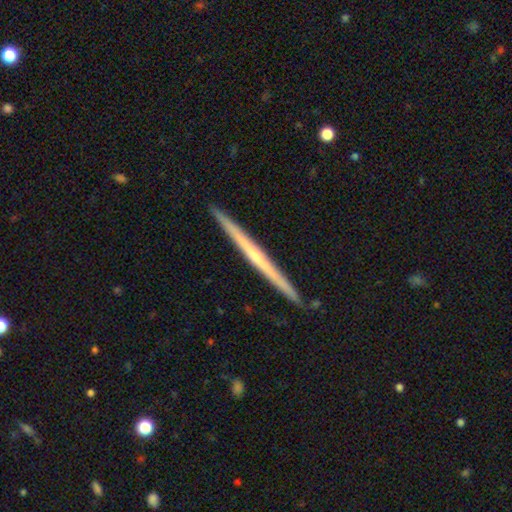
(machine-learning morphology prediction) smooth-or-featured: featured or disk: 65% | smooth: 30% | star or artifact: 5%
  disk-edge-on: yes: 98% | no: 2%
    edge-on-bulge: none: 72% | rounded: 24% | boxy: 4%
  merging: none: 93% | minor disturbance: 5% | merger: 1% | major disturbance: 1%